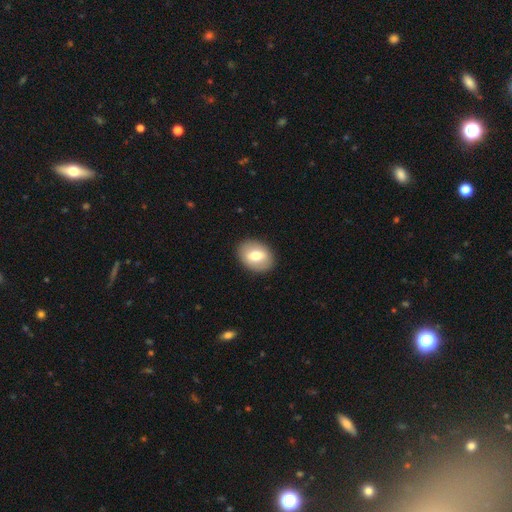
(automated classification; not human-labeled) smooth_or_featured: smooth (p=0.66) [alt: featured or disk p=0.27]
how_rounded: in between (p=0.72) [alt: round p=0.27]
merging: none (p=0.88) [alt: minor disturbance p=0.08]